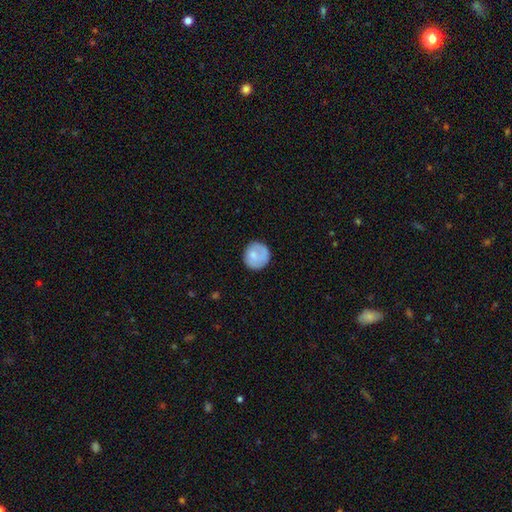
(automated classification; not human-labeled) Morphology: type=smooth (76%); roundness=round (91%); merging=none (77%).